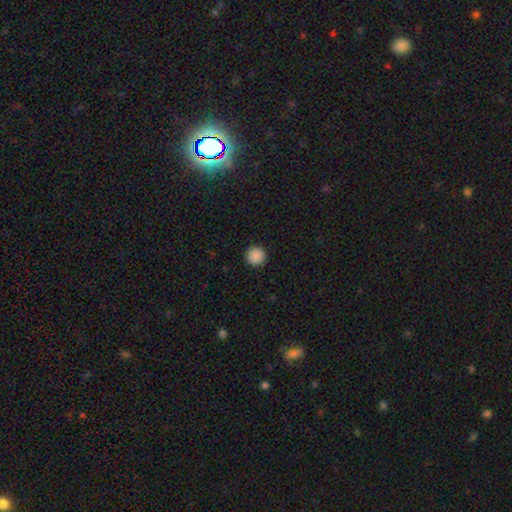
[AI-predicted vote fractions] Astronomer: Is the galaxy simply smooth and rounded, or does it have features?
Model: smooth — 89%.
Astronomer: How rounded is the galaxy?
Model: round — 96%.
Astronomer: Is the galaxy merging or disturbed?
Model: none — 93%.